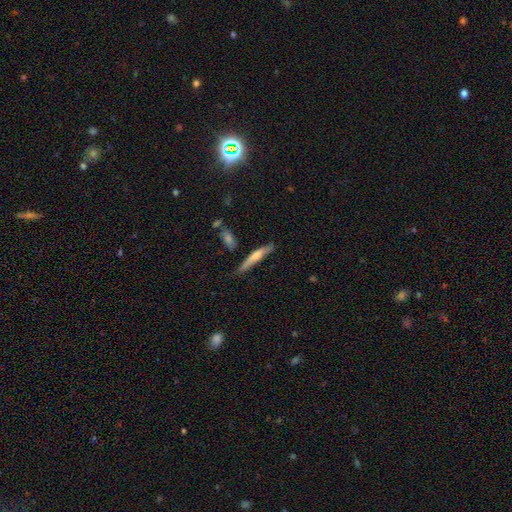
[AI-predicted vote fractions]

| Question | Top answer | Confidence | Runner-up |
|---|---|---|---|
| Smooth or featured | smooth | 49% | featured or disk (43%) |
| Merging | none | 71% | minor disturbance (20%) |